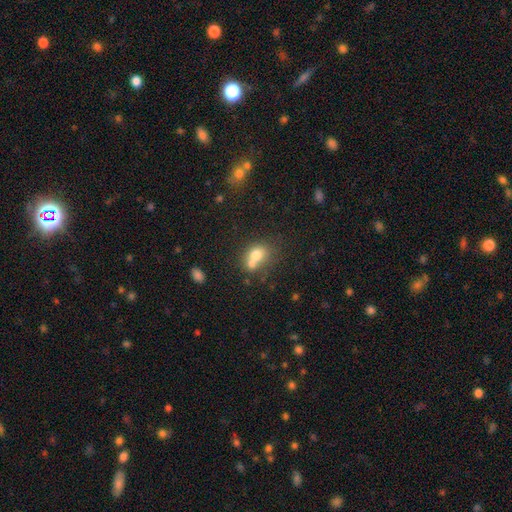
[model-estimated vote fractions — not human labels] Smooth or featured? smooth (71%)
How rounded? round (50%)
Merging? merger (54%)